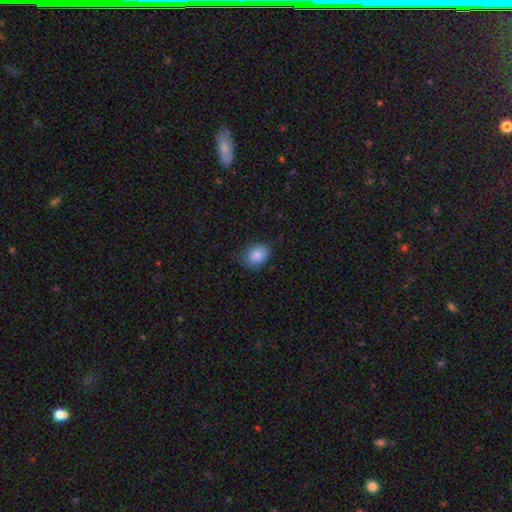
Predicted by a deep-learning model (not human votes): Q: Smooth or featured?
A: smooth (88%); runner-up: star or artifact (8%)
Q: How rounded?
A: in between (64%); runner-up: round (35%)
Q: Merging?
A: none (72%); runner-up: minor disturbance (22%)